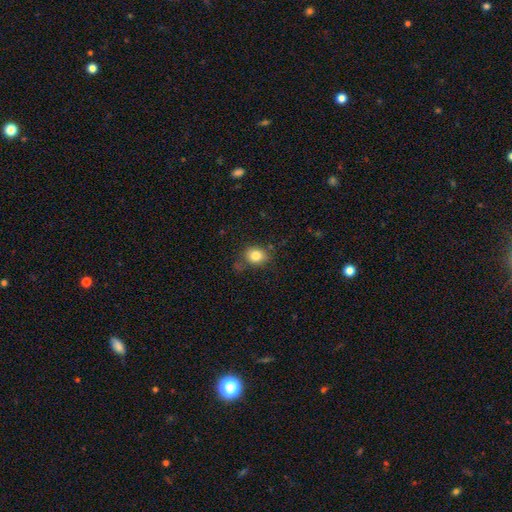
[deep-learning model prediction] Overall: smooth (82%). How rounded: round (56%; in between 43%). Merging: none (72%).